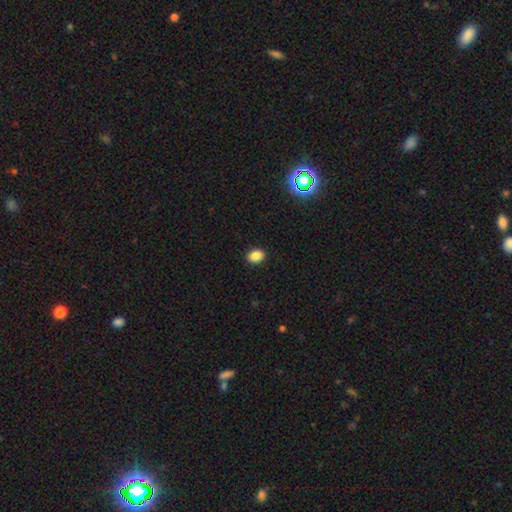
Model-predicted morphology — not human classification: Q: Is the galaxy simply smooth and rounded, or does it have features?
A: smooth — 86%.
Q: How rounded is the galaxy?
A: in between — 69%.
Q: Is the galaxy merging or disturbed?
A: none — 91%.